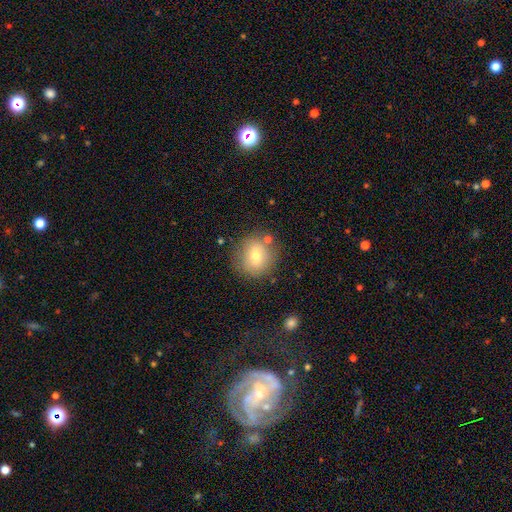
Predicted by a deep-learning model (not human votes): Smooth or featured? Predicted: smooth (p=0.71). How rounded? Predicted: round (p=0.85). Merging? Predicted: none (p=0.79).